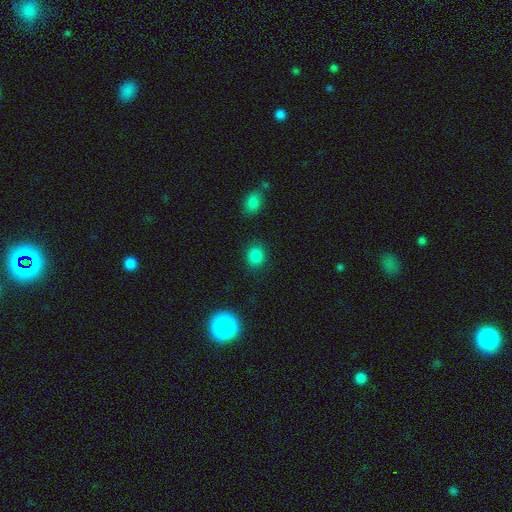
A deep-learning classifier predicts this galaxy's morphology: This is clearly a smooth galaxy (83%). How rounded: likely round (68%). Merging: clearly none (86%).